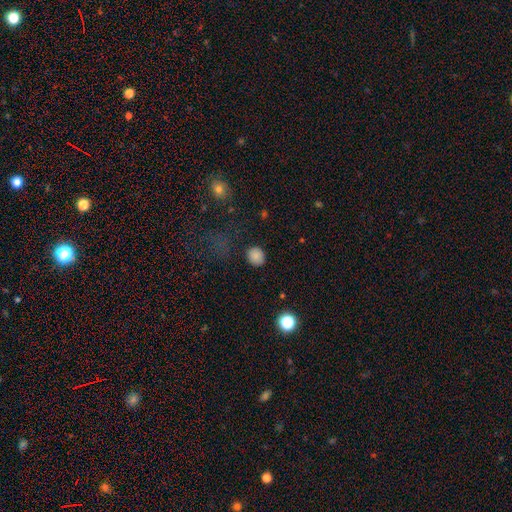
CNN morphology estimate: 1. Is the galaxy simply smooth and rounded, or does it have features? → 83% smooth, 12% star or artifact, 5% featured or disk.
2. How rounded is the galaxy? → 68% round, 31% in between, 1% cigar-shaped.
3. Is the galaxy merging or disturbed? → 86% none, 10% minor disturbance, 3% major disturbance, 1% merger.